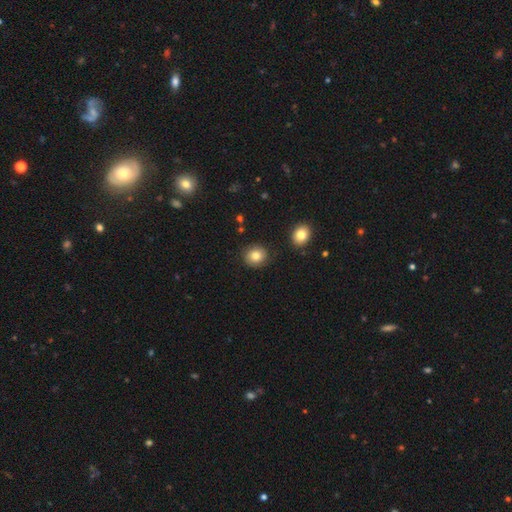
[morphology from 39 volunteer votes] Smooth or featured?
  - smooth: 79% *
  - featured or disk: 13%
  - star or artifact: 8%
How rounded?
  - round: 81% *
  - in between: 19%
  - cigar-shaped: 0%
Merging?
  - none: 86% *
  - minor disturbance: 11%
  - merger: 3%
  - major disturbance: 0%